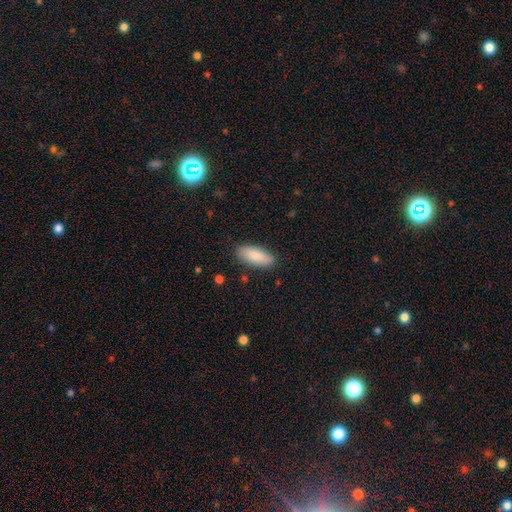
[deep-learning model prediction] This appears to be a smooth galaxy with no disk features (87%) that is in between round and cigar-shaped (78%). Merging: none (86%).